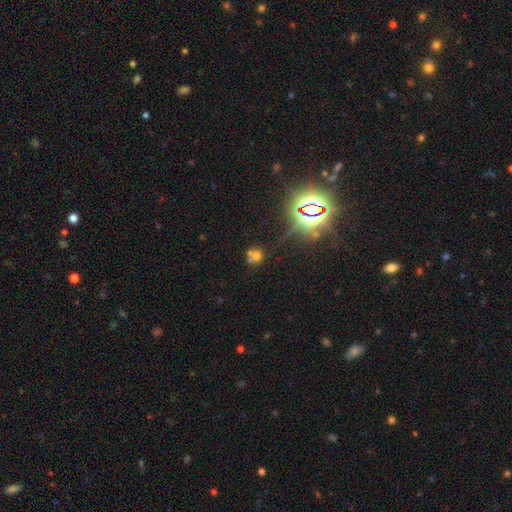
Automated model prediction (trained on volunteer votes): smooth-or-featured: smooth: 51% | star or artifact: 31% | featured or disk: 17%
  how-rounded: round: 83% | in between: 15% | cigar-shaped: 2%
  merging: none: 44% | merger: 42% | minor disturbance: 9% | major disturbance: 6%